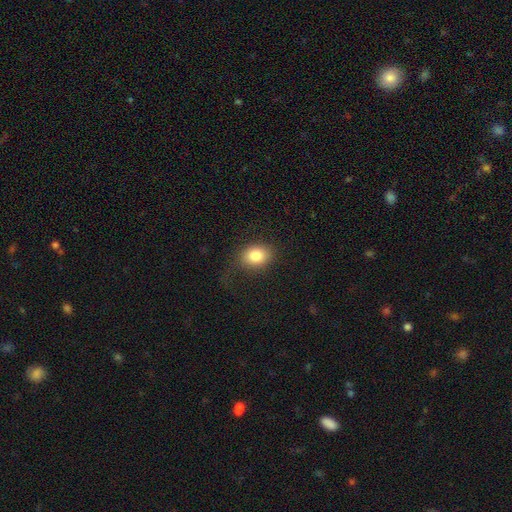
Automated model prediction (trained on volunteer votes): Smooth or featured? Predicted: smooth (p=0.83). How rounded? Predicted: in between (p=0.57). Merging? Predicted: none (p=0.77).